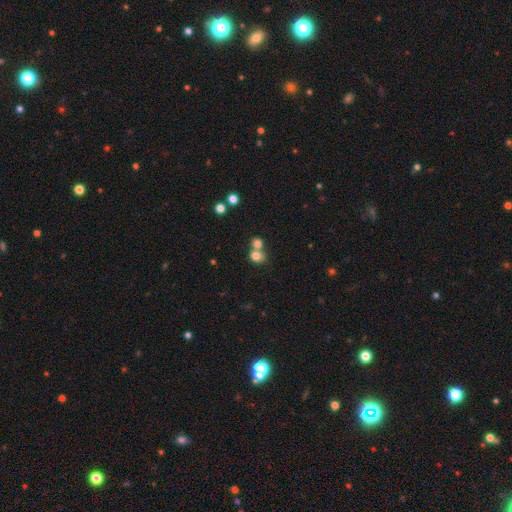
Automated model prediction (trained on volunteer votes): A smooth galaxy with no disk features (78%) that is round (65%).

Vote fractions:
- Smooth or featured? smooth: 78% / star or artifact: 12% / featured or disk: 9%
- How rounded? round: 65% / in between: 34% / cigar-shaped: 1%
- Merging? merger: 49% / none: 40% / minor disturbance: 7% / major disturbance: 3%